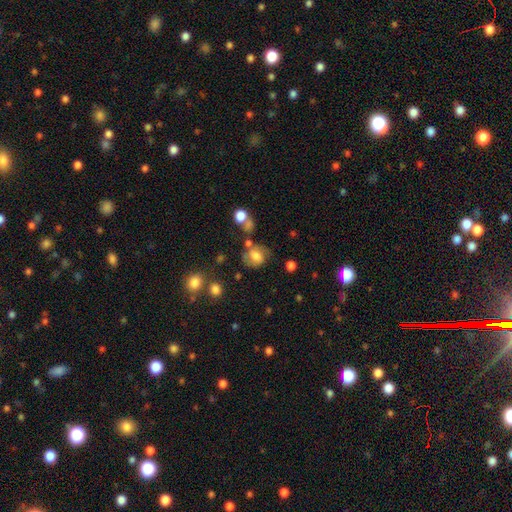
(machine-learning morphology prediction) Overall: smooth (63%; featured or disk 25%). How rounded: round (59%; in between 40%). Merging: none (52%; minor disturbance 24%).